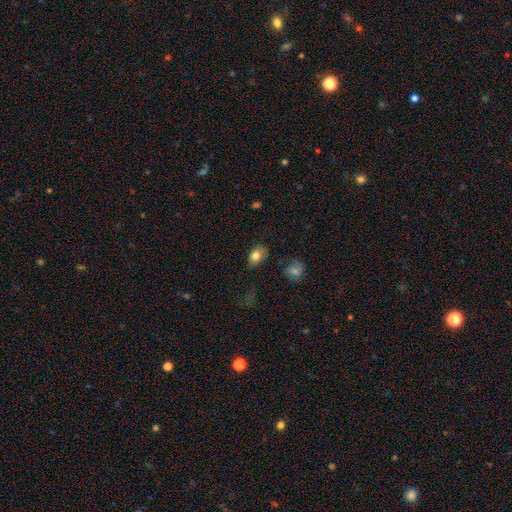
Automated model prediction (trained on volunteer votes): Smooth or featured?
  - smooth: 79% *
  - featured or disk: 13%
  - star or artifact: 8%
How rounded?
  - in between: 82% *
  - round: 17%
  - cigar-shaped: 2%
Merging?
  - none: 73% *
  - minor disturbance: 20%
  - major disturbance: 5%
  - merger: 2%